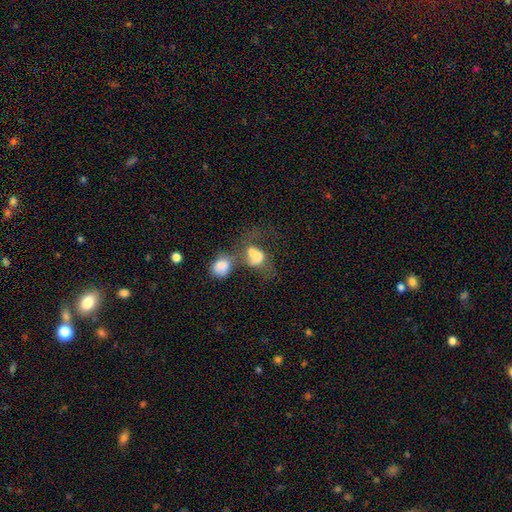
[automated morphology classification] Smooth or featured? smooth (61%)
How rounded? in between (67%)
Merging? merger (62%)